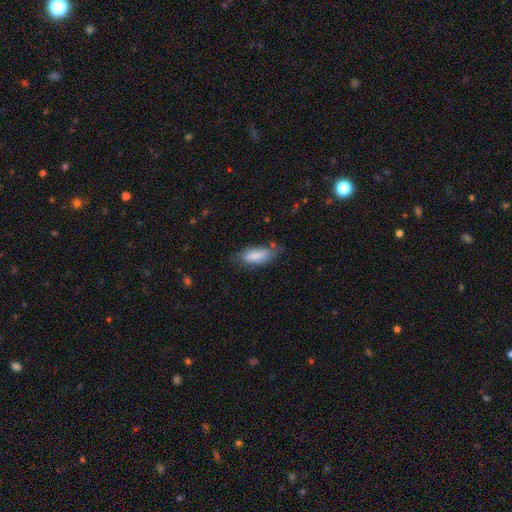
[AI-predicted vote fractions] A smooth galaxy with no disk features (74%) that is in between round and cigar-shaped (76%).

Vote fractions:
- Smooth or featured? smooth: 74% / featured or disk: 20% / star or artifact: 6%
- How rounded? in between: 76% / cigar-shaped: 22% / round: 2%
- Merging? none: 54% / minor disturbance: 32% / major disturbance: 11% / merger: 4%